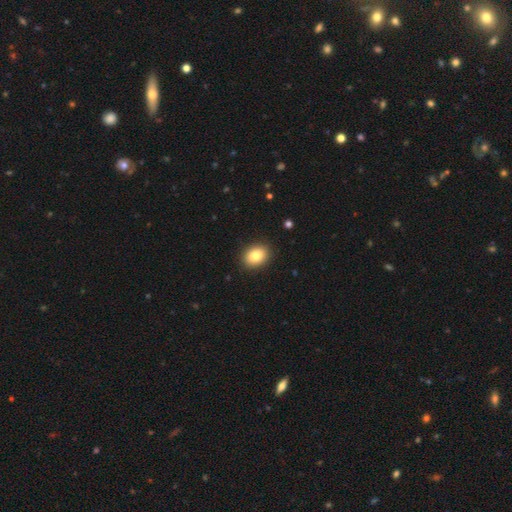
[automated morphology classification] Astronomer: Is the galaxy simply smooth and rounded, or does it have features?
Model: smooth — 83%.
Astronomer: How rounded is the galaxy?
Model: in between — 61% (runner-up: round, 39%).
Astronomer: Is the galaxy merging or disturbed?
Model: none — 89%.